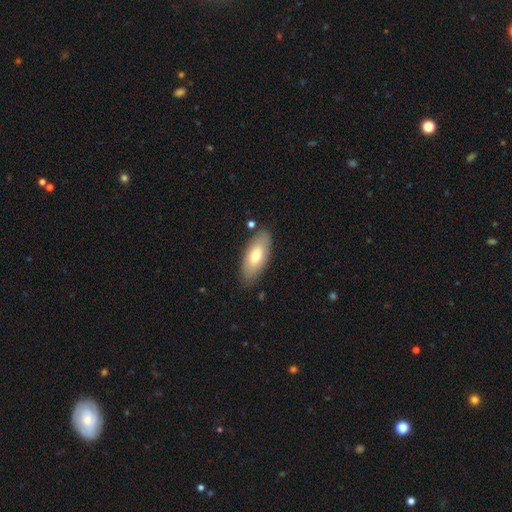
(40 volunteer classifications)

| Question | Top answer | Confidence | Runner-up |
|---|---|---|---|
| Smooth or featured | smooth | 72% | featured or disk (22%) |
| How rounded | in between | 83% | cigar-shaped (14%) |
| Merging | none | 84% | minor disturbance (13%) |